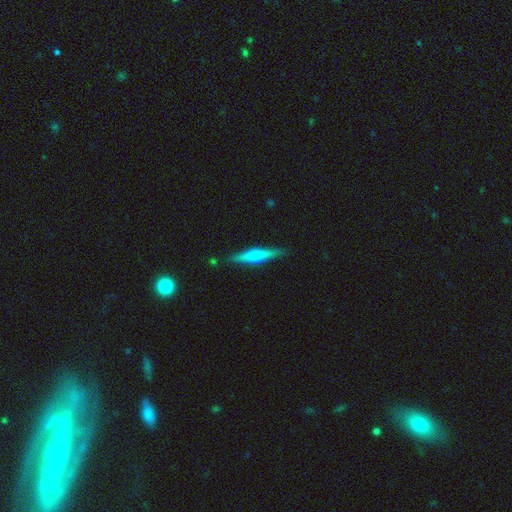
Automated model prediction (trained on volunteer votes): The model was most divided on "smooth or featured": featured or disk: 70%, smooth: 24%, star or artifact: 6%. More confident: edge-on disk — yes (97%); edge-on bulge — rounded (94%); merging — none (90%).